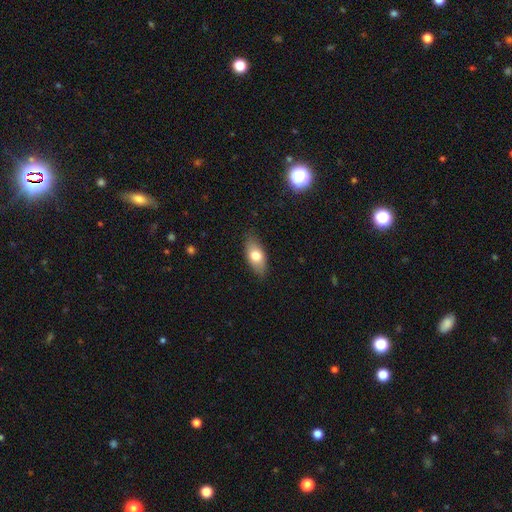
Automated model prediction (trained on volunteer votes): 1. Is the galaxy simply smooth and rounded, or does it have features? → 73% smooth, 20% featured or disk, 7% star or artifact.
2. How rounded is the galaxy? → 87% in between, 8% cigar-shaped, 5% round.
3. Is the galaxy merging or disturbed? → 82% none, 14% minor disturbance, 3% major disturbance, 1% merger.